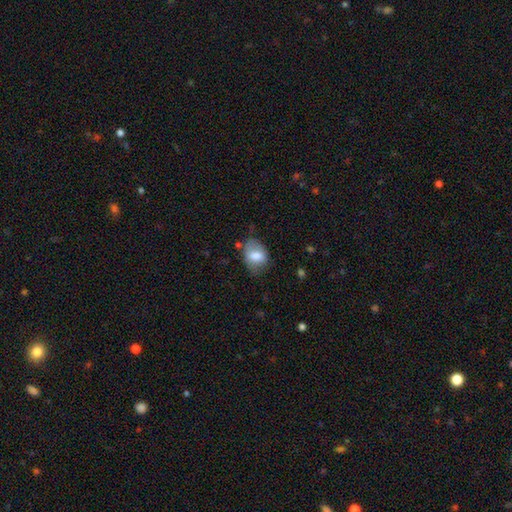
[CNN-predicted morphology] This appears to be a smooth galaxy with no disk features (74%) that is in between round and cigar-shaped (71%). Merging: none (54%).